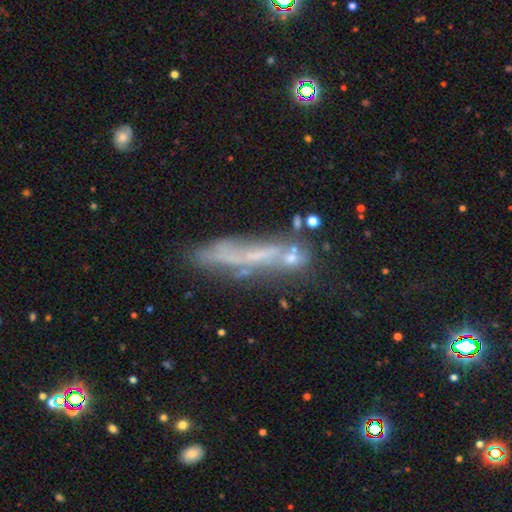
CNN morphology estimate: type=featured or disk (51%); edge-on=yes (63%); merging=none (57%).